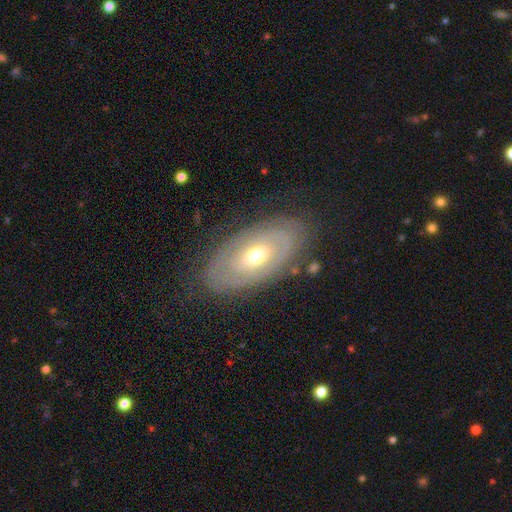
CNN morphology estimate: The model was most divided on "spiral arms": no: 52%, yes: 48%. More confident: edge-on disk — no (90%); bar — no (80%); merging — none (79%); smooth or featured — featured or disk (67%); bulge size — moderate (56%).